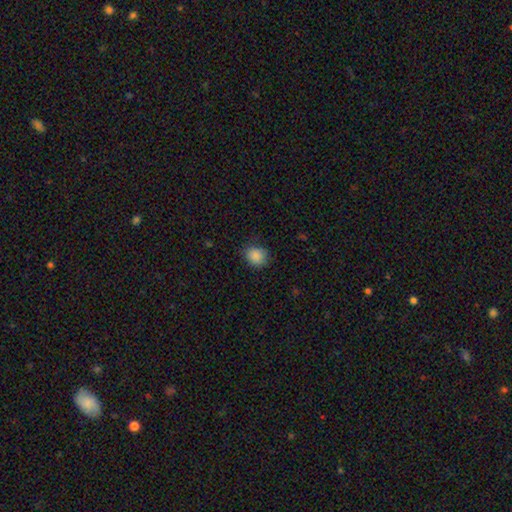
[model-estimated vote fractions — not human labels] Overall: smooth (88%). How rounded: round (78%). Merging: none (82%).